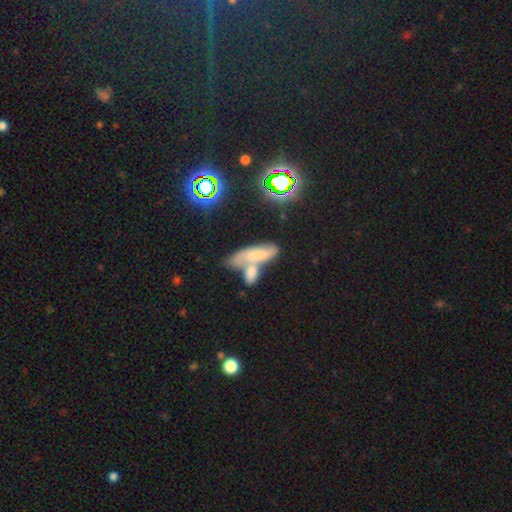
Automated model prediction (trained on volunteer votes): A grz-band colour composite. It shows a smooth galaxy with no disk features (62%) that is in between round and cigar-shaped (59%). Merging: merger (58%).